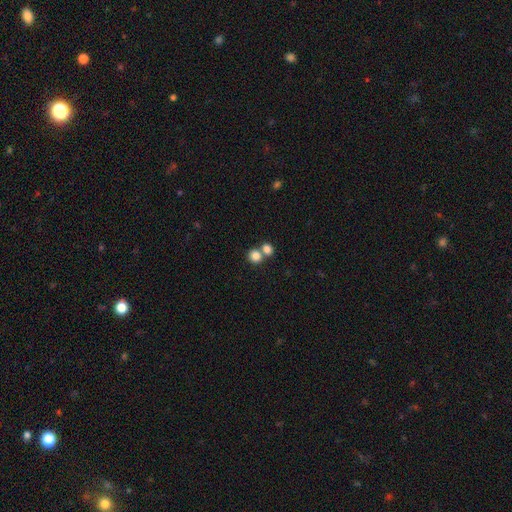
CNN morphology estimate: smooth 83%, star or artifact 10%, featured or disk 7%. Down the decision tree: how rounded — round (80%); merging — none (47%).